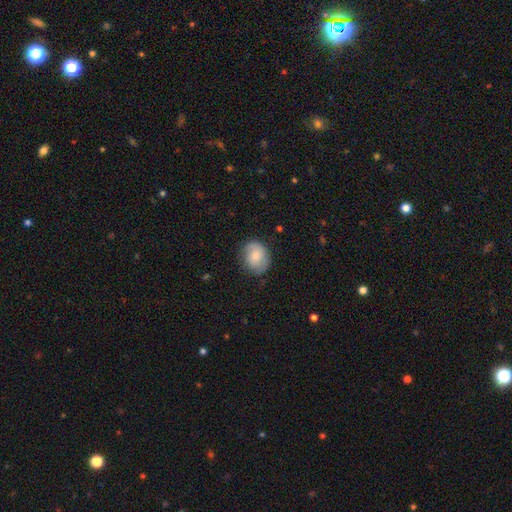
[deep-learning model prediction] Smooth or featured?
  - smooth: 73% *
  - featured or disk: 20%
  - star or artifact: 7%
How rounded?
  - round: 63% *
  - in between: 36%
  - cigar-shaped: 1%
Merging?
  - none: 75% *
  - minor disturbance: 19%
  - major disturbance: 5%
  - merger: 1%